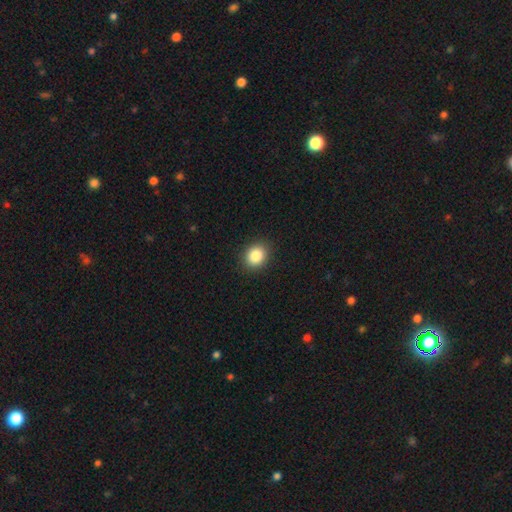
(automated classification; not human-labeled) This is clearly a smooth galaxy (86%). How rounded: possibly round (60%). Merging: clearly none (90%).